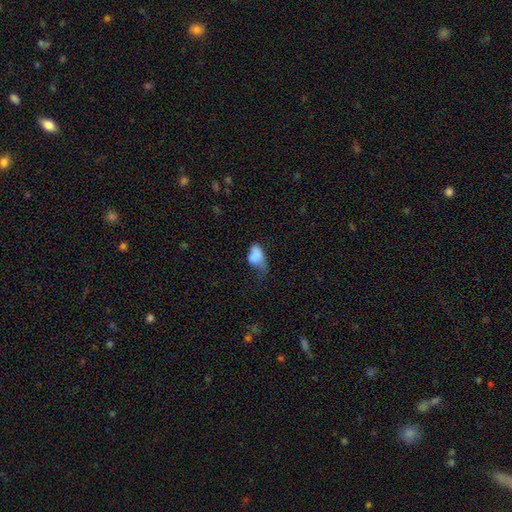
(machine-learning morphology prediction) smooth_or_featured: smooth (p=0.79) [alt: featured or disk p=0.11]
how_rounded: in between (p=0.87) [alt: round p=0.11]
merging: major disturbance (p=0.38) [alt: minor disturbance p=0.36]